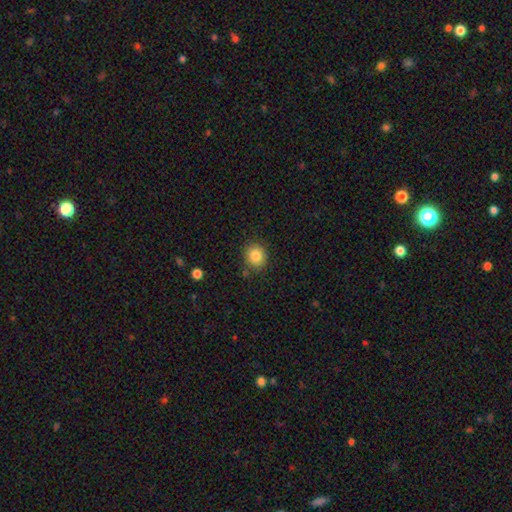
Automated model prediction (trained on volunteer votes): Overall: smooth (84%). How rounded: round (81%). Merging: none (85%).